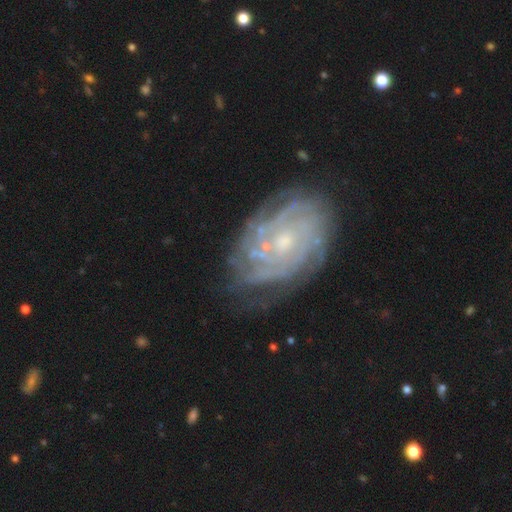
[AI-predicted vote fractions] smooth-or-featured: featured or disk: 85% | smooth: 9% | star or artifact: 6%
  disk-edge-on: no: 97% | yes: 3%
    bar: no: 72% | weak: 23% | strong: 5%
    has-spiral-arms: yes: 93% | no: 7%
      spiral-winding: tight: 73% | medium: 22% | loose: 5%
      spiral-arm-count: can't tell: 41% | 2: 17% | 3: 15% | 4: 13% | more than 4: 9% | 1: 6%
    bulge-size: small: 57% | moderate: 36% | none: 4% | large: 2% | dominant: 1%
  merging: none: 66% | minor disturbance: 21% | major disturbance: 10% | merger: 3%